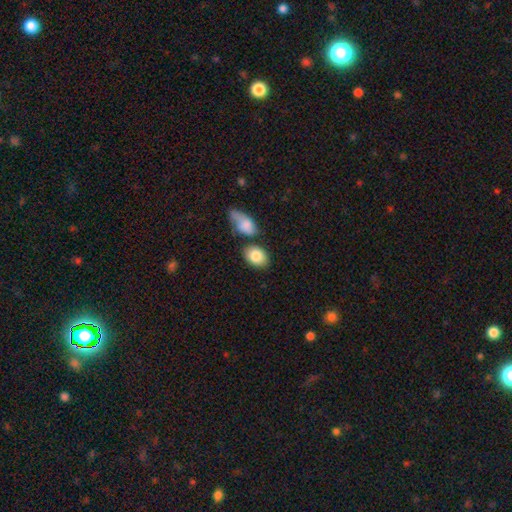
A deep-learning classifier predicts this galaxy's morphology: Overall: smooth (84%). How rounded: in between (79%). Merging: none (68%).